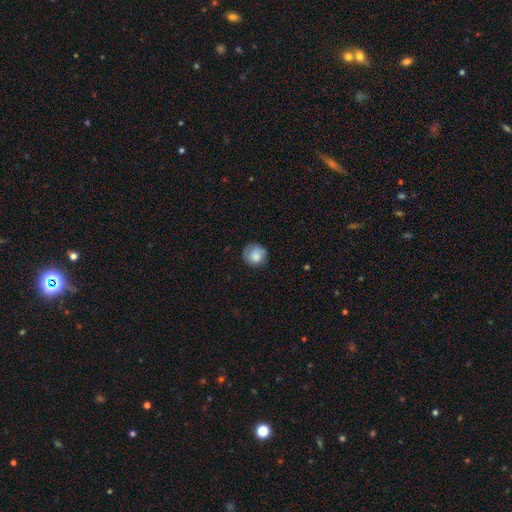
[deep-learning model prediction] Smooth or featured?
  - smooth: 80% *
  - featured or disk: 12%
  - star or artifact: 8%
How rounded?
  - round: 83% *
  - in between: 16%
  - cigar-shaped: 1%
Merging?
  - none: 66% *
  - minor disturbance: 26%
  - major disturbance: 7%
  - merger: 1%